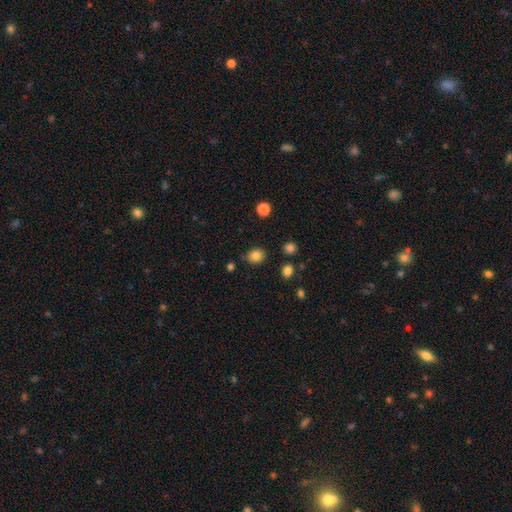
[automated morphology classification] This is clearly a smooth galaxy (84%). How rounded: likely round (60%). Merging: clearly none (81%).